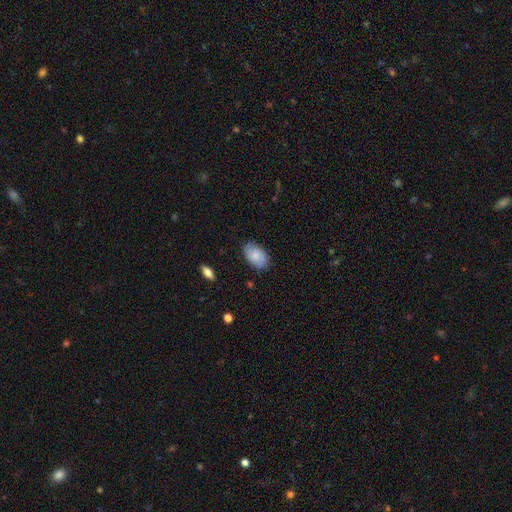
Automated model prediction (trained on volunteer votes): Q: Smooth or featured?
A: smooth (72%); runner-up: featured or disk (21%)
Q: How rounded?
A: in between (93%); runner-up: round (6%)
Q: Merging?
A: none (82%); runner-up: minor disturbance (14%)